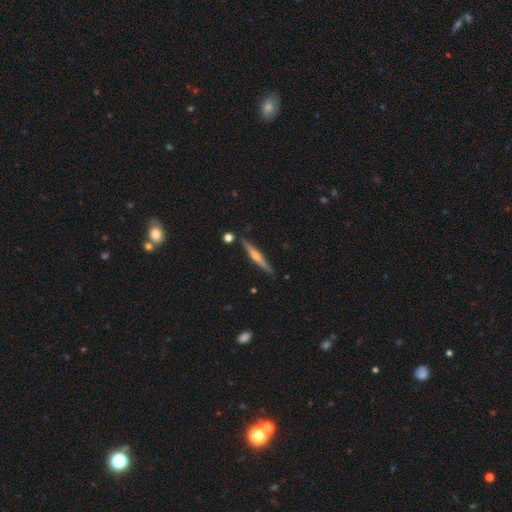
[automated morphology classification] Overall: featured or disk (73%). Edge-on disk: yes (98%). Edge-on bulge: rounded (86%). Merging: none (88%).